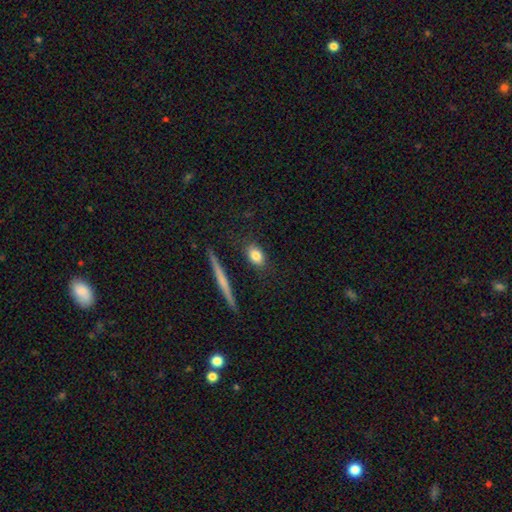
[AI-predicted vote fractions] The model was most divided on "how rounded": in between: 69%, round: 22%, cigar-shaped: 9%. More confident: merging — none (83%); smooth or featured — smooth (80%).